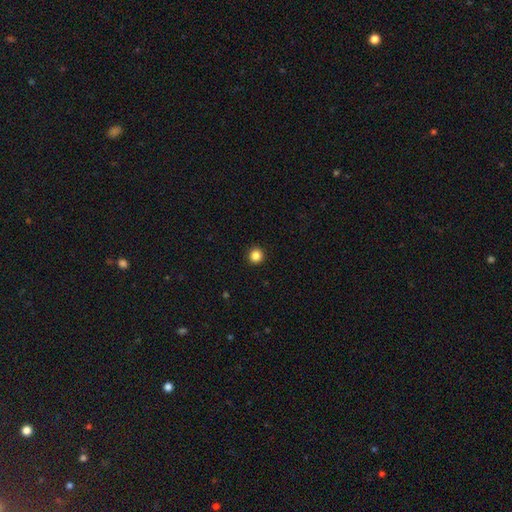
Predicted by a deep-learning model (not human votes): A smooth galaxy with no disk features (85%) that is round (95%). Merging: none (94%).